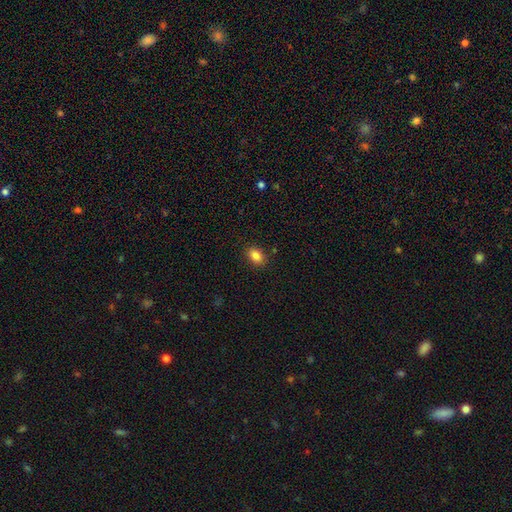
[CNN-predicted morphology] Smooth or featured: smooth — 86% (star or artifact — 9%)
How rounded: in between — 79% (round — 20%)
Merging: none — 87% (minor disturbance — 9%)